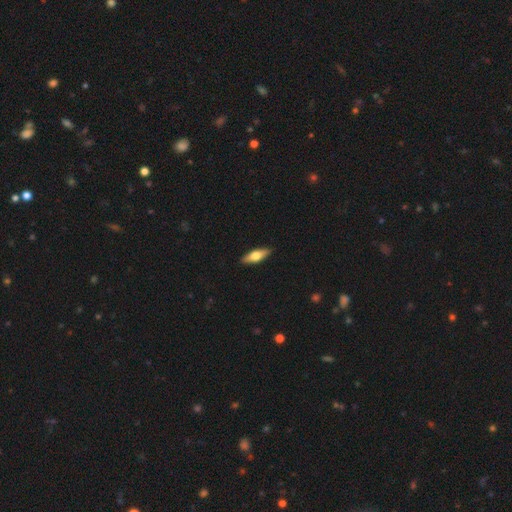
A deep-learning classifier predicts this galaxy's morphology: Smooth or featured: smooth — 61% (featured or disk — 34%)
How rounded: in between — 58% (cigar-shaped — 40%)
Merging: none — 90% (minor disturbance — 8%)